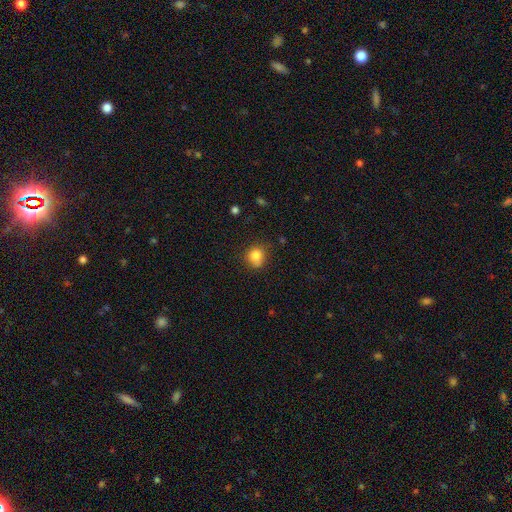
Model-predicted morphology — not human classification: Smooth or featured? smooth (82%)
How rounded? round (79%)
Merging? none (66%)